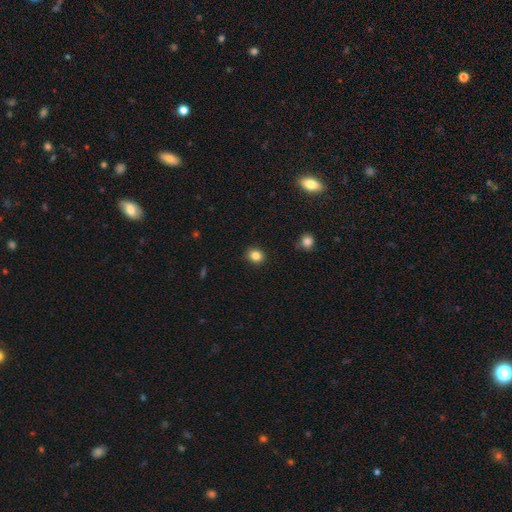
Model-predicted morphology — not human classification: Smooth or featured? smooth (84%)
How rounded? round (66%)
Merging? none (90%)